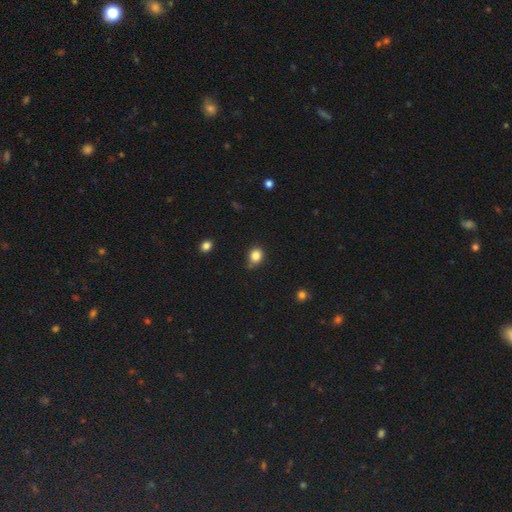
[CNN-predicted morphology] The model was most divided on "how rounded": round: 71%, in between: 29%, cigar-shaped: 1%. More confident: smooth or featured — smooth (84%); merging — none (67%).